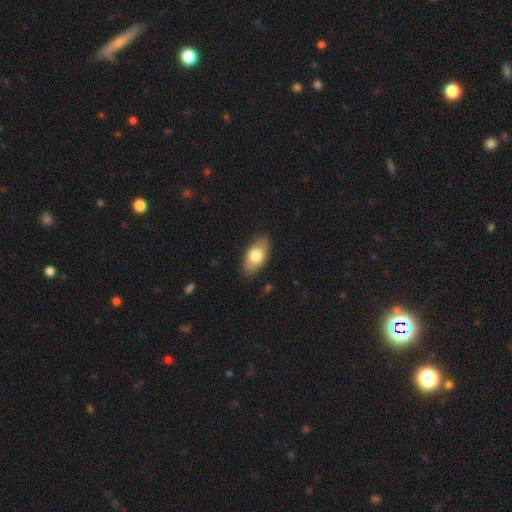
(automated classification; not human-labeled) Morphology: type=smooth (75%); roundness=in between (91%); merging=none (84%).